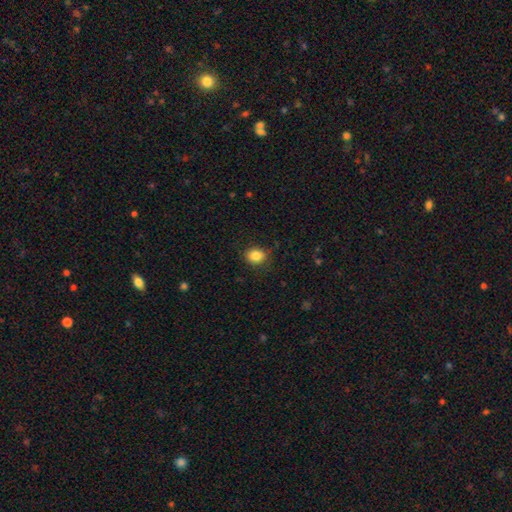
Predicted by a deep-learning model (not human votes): smooth_or_featured: smooth (p=0.85) [alt: star or artifact p=0.10]
how_rounded: round (p=0.58) [alt: in between p=0.41]
merging: none (p=0.85) [alt: minor disturbance p=0.11]